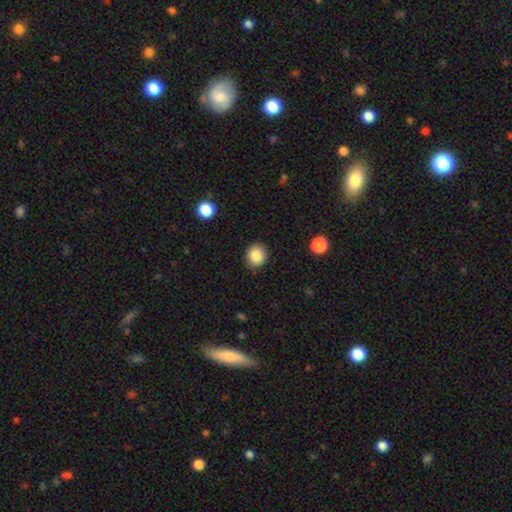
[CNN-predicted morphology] This is clearly a smooth galaxy (86%). How rounded: clearly round (81%). Merging: clearly none (89%).